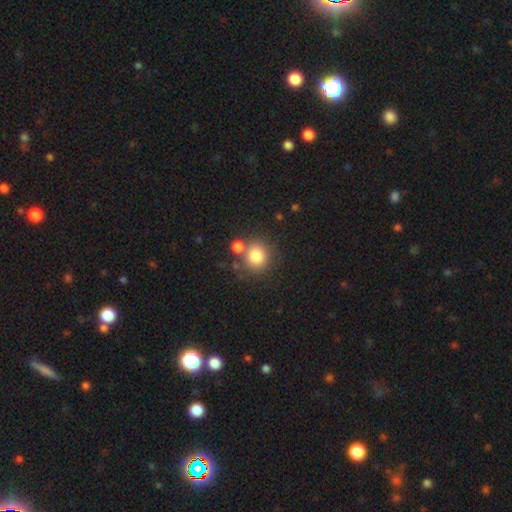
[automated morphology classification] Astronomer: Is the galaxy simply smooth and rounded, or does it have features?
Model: smooth — 80%.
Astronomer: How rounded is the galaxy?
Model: round — 88%.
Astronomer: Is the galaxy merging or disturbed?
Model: none — 68%.